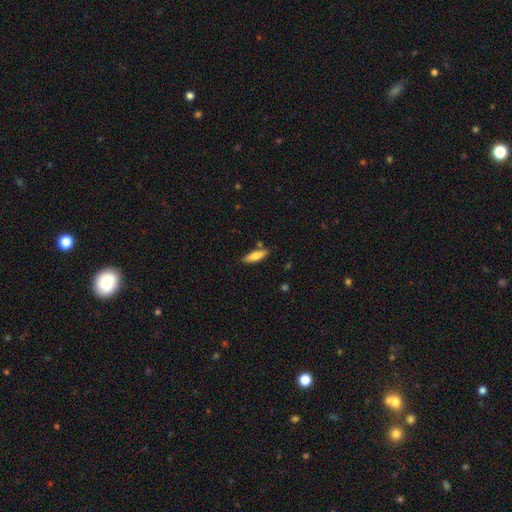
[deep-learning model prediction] A smooth galaxy with no disk features (74%) that is cigar-shaped (54%).

Vote fractions:
- Smooth or featured? smooth: 74% / featured or disk: 20% / star or artifact: 6%
- How rounded? cigar-shaped: 54% / in between: 44% / round: 2%
- Merging? none: 82% / minor disturbance: 11% / merger: 4% / major disturbance: 2%